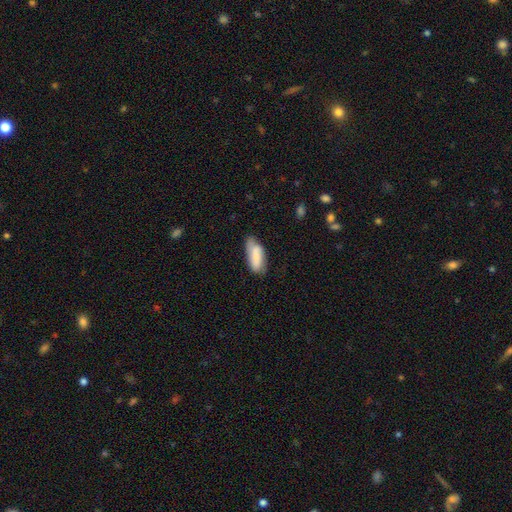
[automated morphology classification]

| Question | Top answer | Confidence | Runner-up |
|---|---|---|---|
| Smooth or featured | smooth | 73% | featured or disk (21%) |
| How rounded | in between | 82% | cigar-shaped (16%) |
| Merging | none | 53% | minor disturbance (34%) |